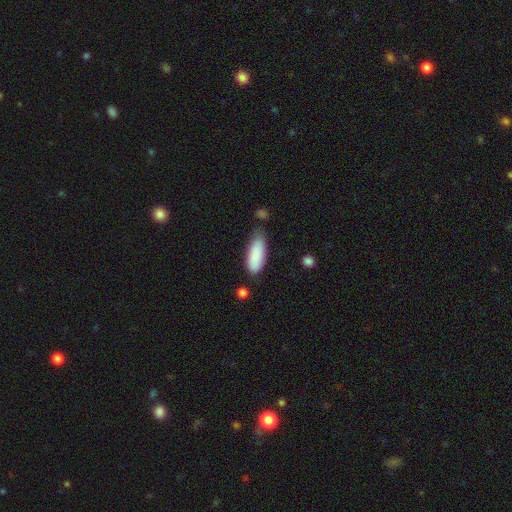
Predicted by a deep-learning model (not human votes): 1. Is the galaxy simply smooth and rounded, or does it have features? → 88% smooth, 6% star or artifact, 6% featured or disk.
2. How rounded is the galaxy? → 75% in between, 23% cigar-shaped, 2% round.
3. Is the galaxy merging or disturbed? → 63% none, 27% minor disturbance, 6% major disturbance, 4% merger.